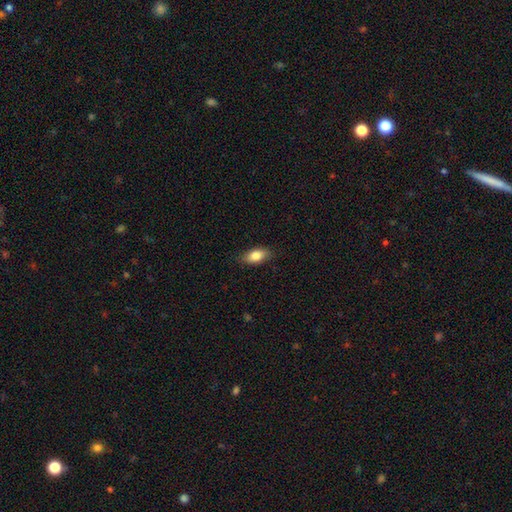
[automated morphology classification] This is clearly a smooth galaxy (82%). How rounded: clearly in between (87%). Merging: clearly none (84%).